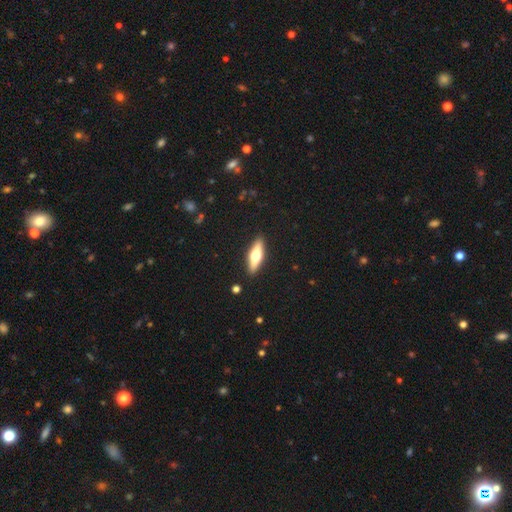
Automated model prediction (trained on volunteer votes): The model was most divided on "smooth or featured": smooth: 49%, featured or disk: 45%, star or artifact: 6%. More confident: merging — none (90%).